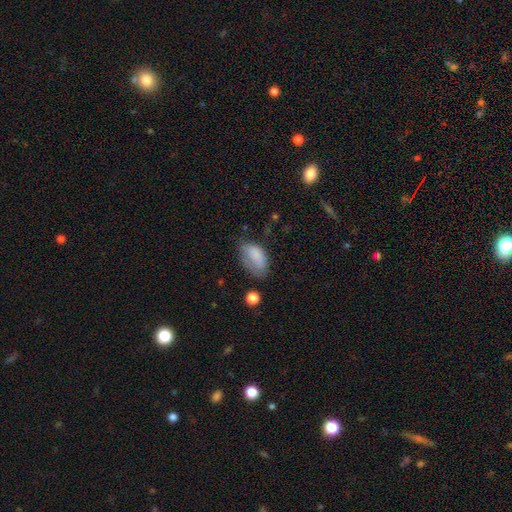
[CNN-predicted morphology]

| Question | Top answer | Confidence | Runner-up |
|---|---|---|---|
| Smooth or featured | smooth | 79% | featured or disk (13%) |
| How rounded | in between | 93% | round (5%) |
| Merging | none | 41% | minor disturbance (35%) |